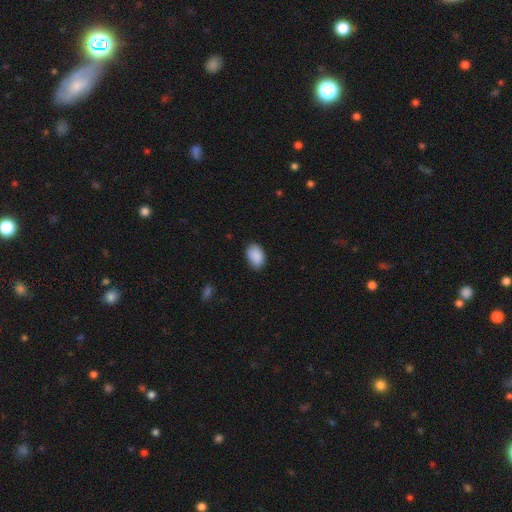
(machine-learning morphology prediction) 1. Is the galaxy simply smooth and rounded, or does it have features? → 90% smooth, 7% star or artifact, 3% featured or disk.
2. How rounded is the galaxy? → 87% in between, 12% round, 1% cigar-shaped.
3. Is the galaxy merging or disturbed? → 81% none, 15% minor disturbance, 3% major disturbance, 1% merger.